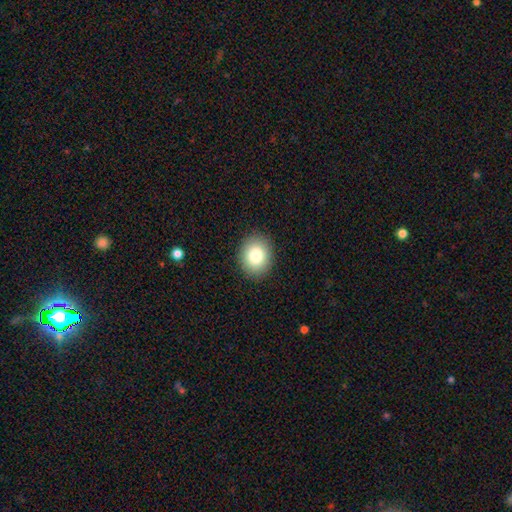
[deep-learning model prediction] This appears to be a smooth galaxy with no disk features (82%) that is round (60%). Merging: none (90%).